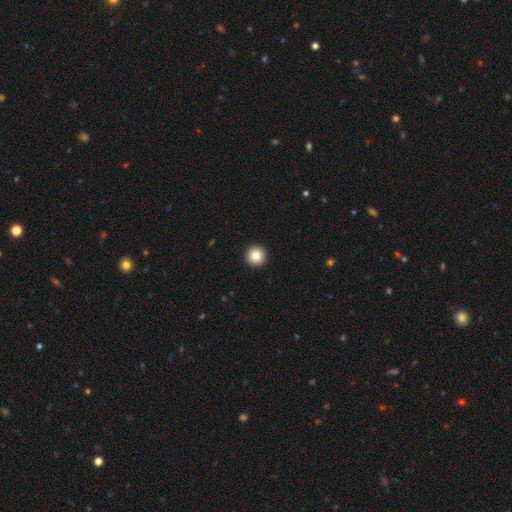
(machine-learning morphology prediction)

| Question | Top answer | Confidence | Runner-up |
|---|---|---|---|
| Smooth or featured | smooth | 84% | star or artifact (9%) |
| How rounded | round | 96% | in between (3%) |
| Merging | none | 94% | minor disturbance (4%) |